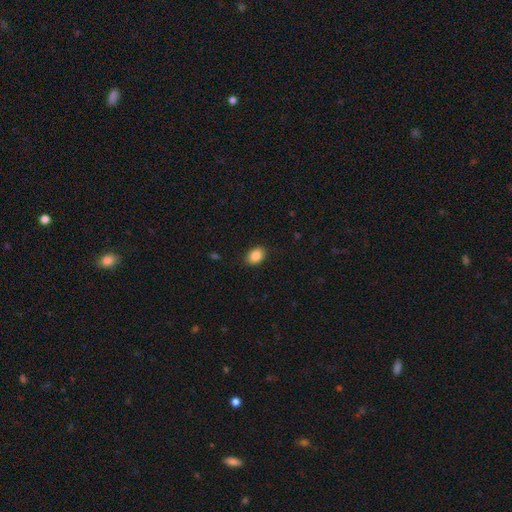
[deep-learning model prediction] The model was most divided on "how rounded": in between: 75%, round: 24%, cigar-shaped: 1%. More confident: smooth or featured — smooth (87%); merging — none (87%).